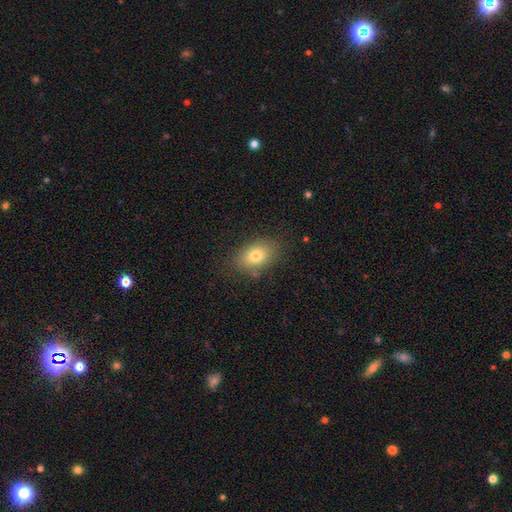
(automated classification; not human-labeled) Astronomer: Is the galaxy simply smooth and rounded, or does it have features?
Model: smooth — 77%.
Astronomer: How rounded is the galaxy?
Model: in between — 81%.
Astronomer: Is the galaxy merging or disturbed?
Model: none — 81%.